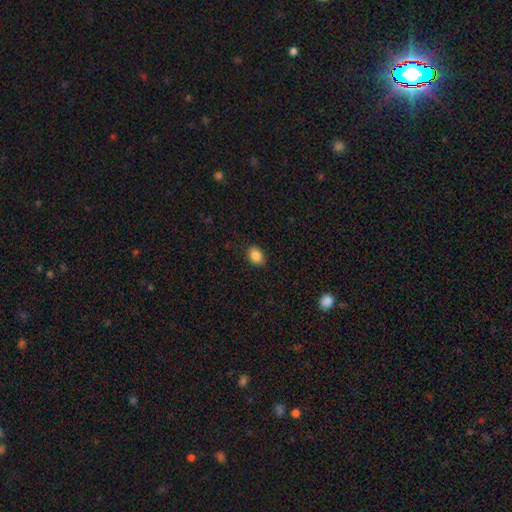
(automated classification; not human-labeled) Smooth or featured: smooth — 87% (star or artifact — 9%)
How rounded: in between — 69% (round — 30%)
Merging: none — 84% (minor disturbance — 12%)